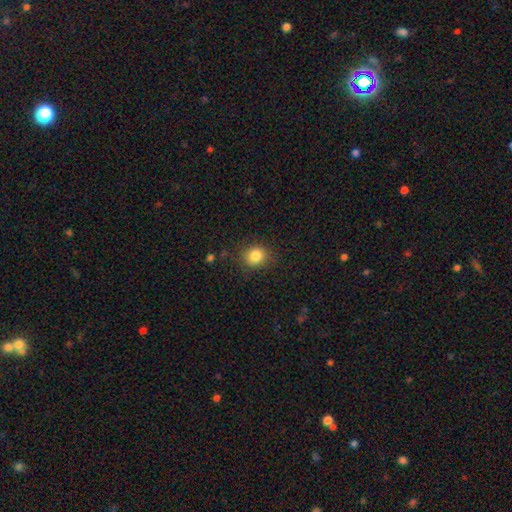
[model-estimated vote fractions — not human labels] A smooth galaxy with no disk features (84%) that is round (76%).

Vote fractions:
- Smooth or featured? smooth: 84% / star or artifact: 11% / featured or disk: 6%
- How rounded? round: 76% / in between: 23% / cigar-shaped: 1%
- Merging? none: 85% / minor disturbance: 11% / major disturbance: 3% / merger: 1%